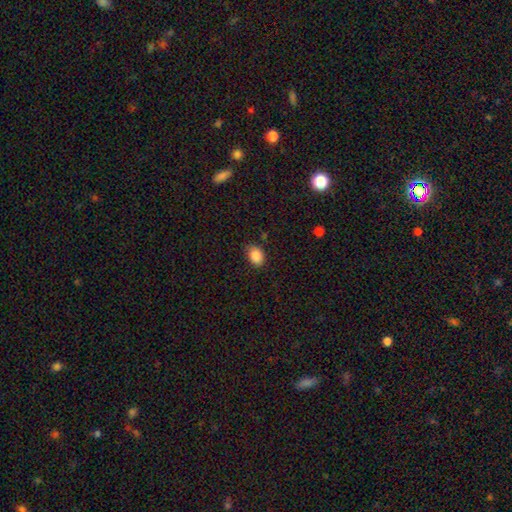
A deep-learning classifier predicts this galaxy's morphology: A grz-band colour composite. It shows a smooth galaxy with no disk features (88%) that is in between round and cigar-shaped (77%). Merging: none (78%).